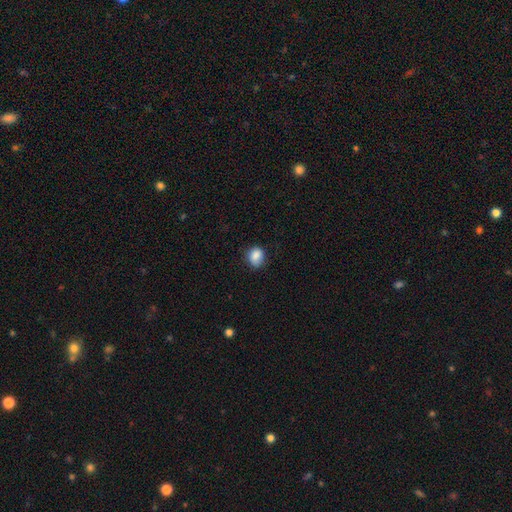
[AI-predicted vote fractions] smooth_or_featured: smooth (p=0.86) [alt: star or artifact p=0.09]
how_rounded: round (p=0.63) [alt: in between p=0.36]
merging: none (p=0.69) [alt: minor disturbance p=0.24]